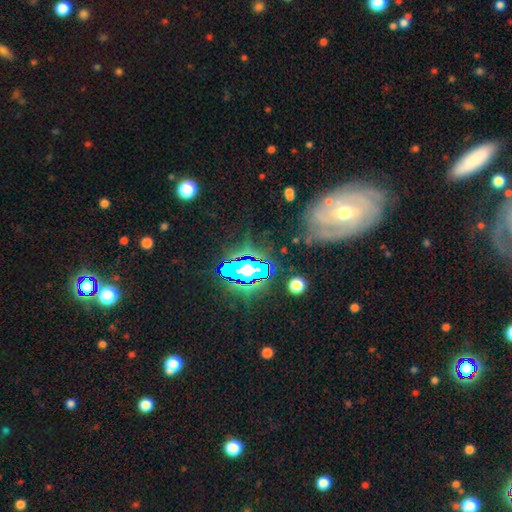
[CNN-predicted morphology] This appears to be a star or artifact, not a galaxy (47%).